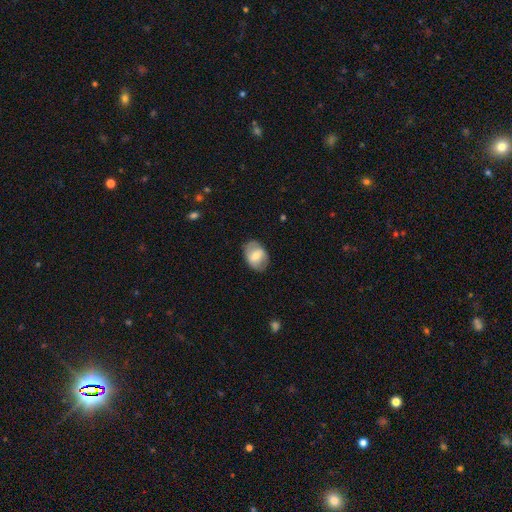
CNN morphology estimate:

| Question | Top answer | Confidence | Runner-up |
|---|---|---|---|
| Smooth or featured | smooth | 57% | featured or disk (36%) |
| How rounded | in between | 75% | round (24%) |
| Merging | none | 78% | minor disturbance (16%) |